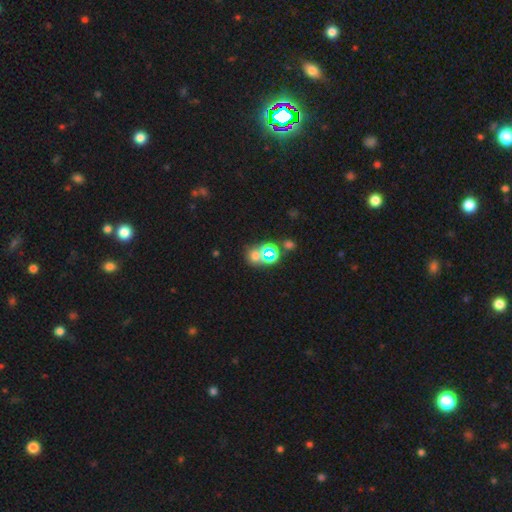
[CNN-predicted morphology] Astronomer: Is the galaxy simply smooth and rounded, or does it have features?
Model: smooth — 45%, tied with star or artifact at 45%.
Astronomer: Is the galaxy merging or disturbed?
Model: none — 56%.